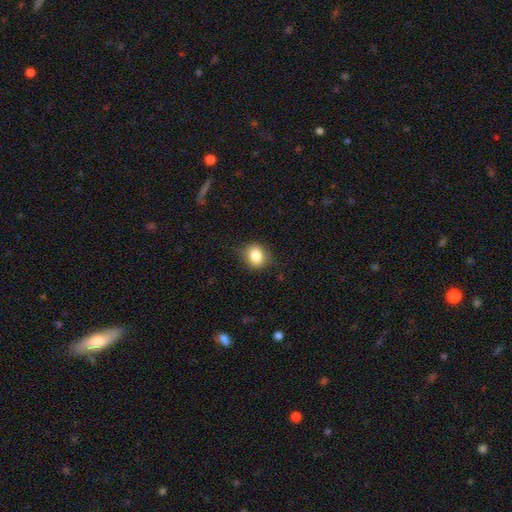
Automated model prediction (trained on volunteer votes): Smooth or featured? Predicted: smooth (p=0.82). How rounded? Predicted: round (p=0.66). Merging? Predicted: none (p=0.78).